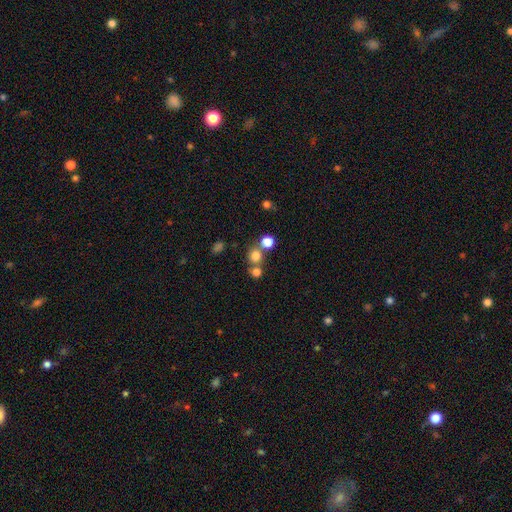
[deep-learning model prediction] Overall: smooth (76%). How rounded: round (88%). Merging: none (61%; merger 29%).